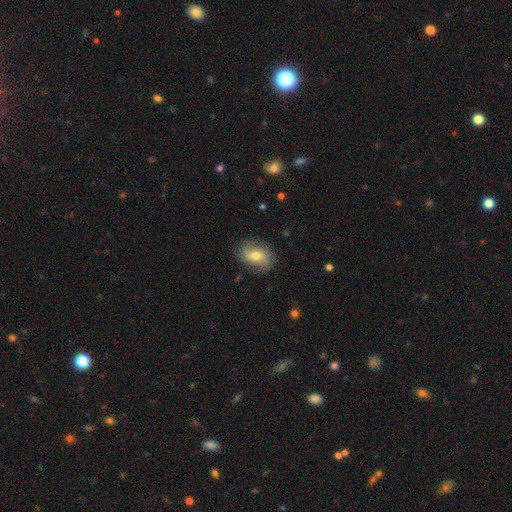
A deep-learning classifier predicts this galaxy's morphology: This is possibly a smooth galaxy (49%). Merging: likely none (80%).